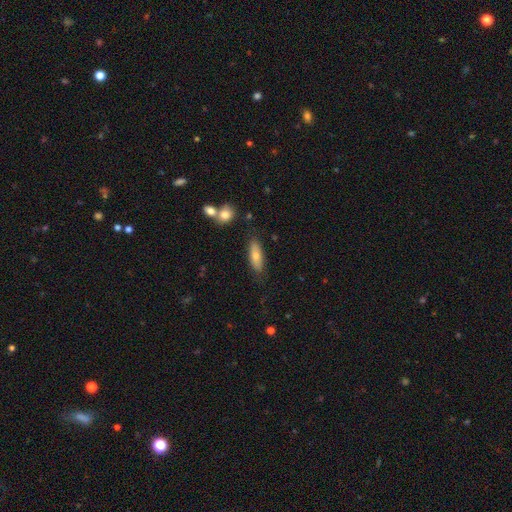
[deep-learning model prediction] Smooth or featured? Predicted: smooth (p=0.71). How rounded? Predicted: in between (p=0.59). Merging? Predicted: none (p=0.80).